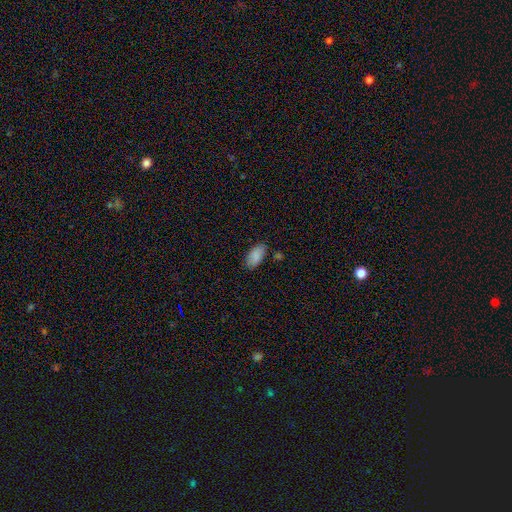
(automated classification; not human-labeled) Smooth or featured? smooth (86%)
How rounded? in between (93%)
Merging? none (78%)